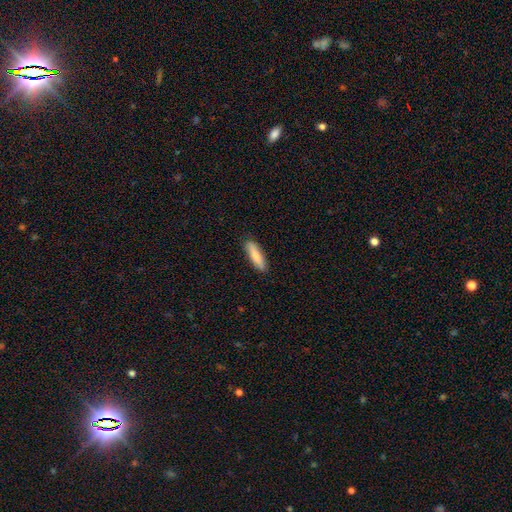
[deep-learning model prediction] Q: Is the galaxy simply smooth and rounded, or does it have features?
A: smooth — 81%.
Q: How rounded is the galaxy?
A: cigar-shaped — 65%.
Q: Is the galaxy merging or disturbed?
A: none — 88%.